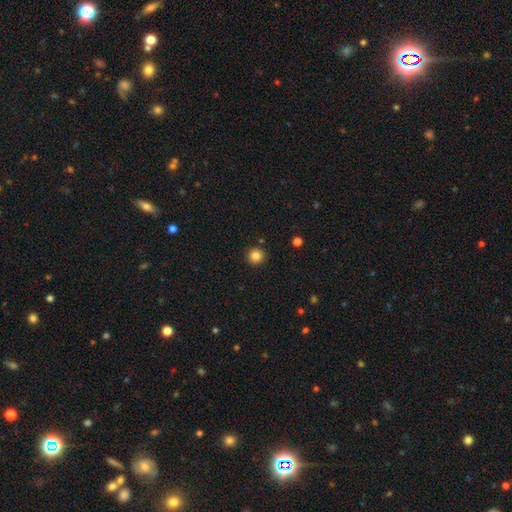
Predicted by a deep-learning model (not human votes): smooth 84%, star or artifact 11%, featured or disk 5%. Down the decision tree: how rounded — round (95%); merging — none (91%).